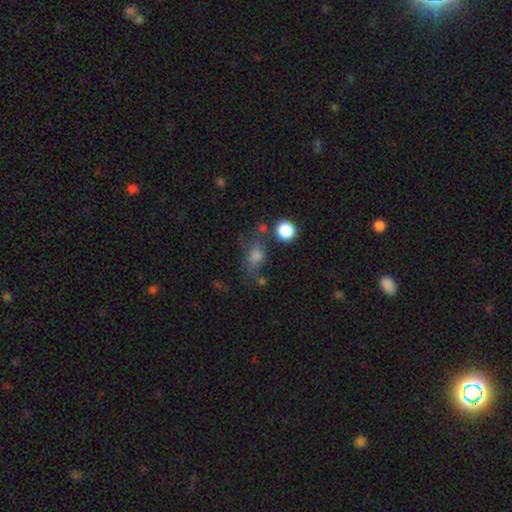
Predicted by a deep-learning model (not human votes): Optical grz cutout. It shows a smooth galaxy with no disk features (68%) that is in between round and cigar-shaped (60%). Merging: none (50%).